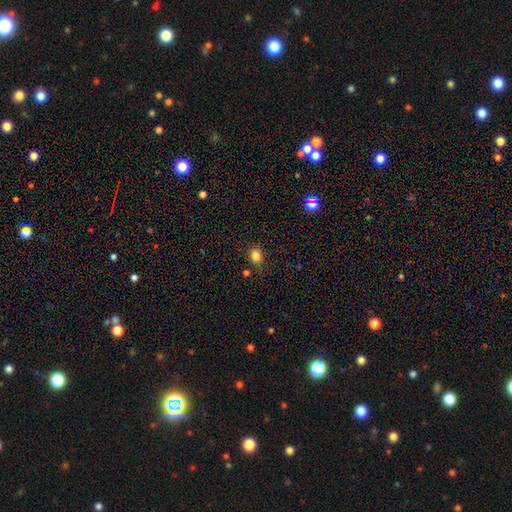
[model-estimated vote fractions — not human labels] A smooth galaxy with no disk features (82%) that is in between round and cigar-shaped (54%). Merging: none (78%).